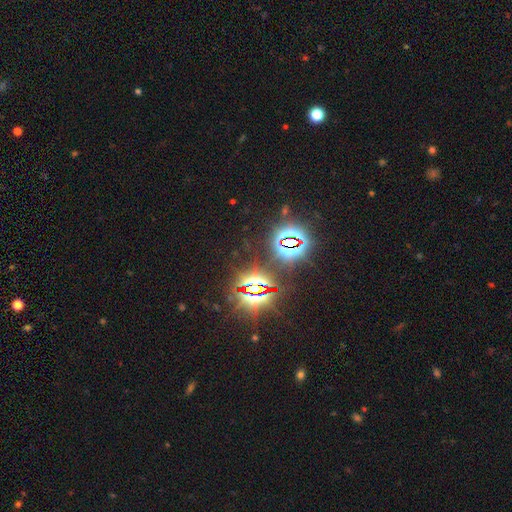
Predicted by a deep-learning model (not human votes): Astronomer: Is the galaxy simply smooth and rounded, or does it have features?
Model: star or artifact — 83%.